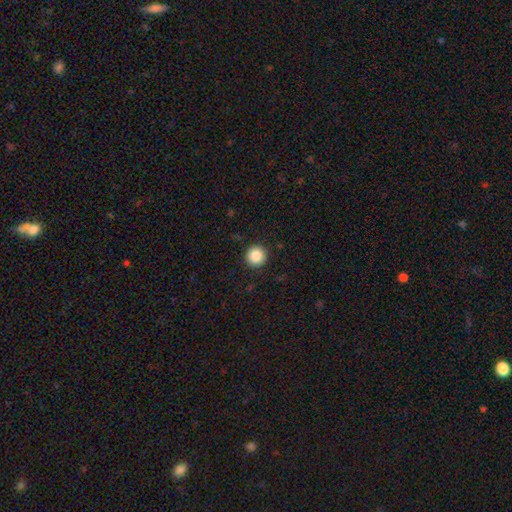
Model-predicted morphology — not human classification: This is clearly a smooth galaxy (87%). How rounded: clearly round (96%). Merging: clearly none (92%).